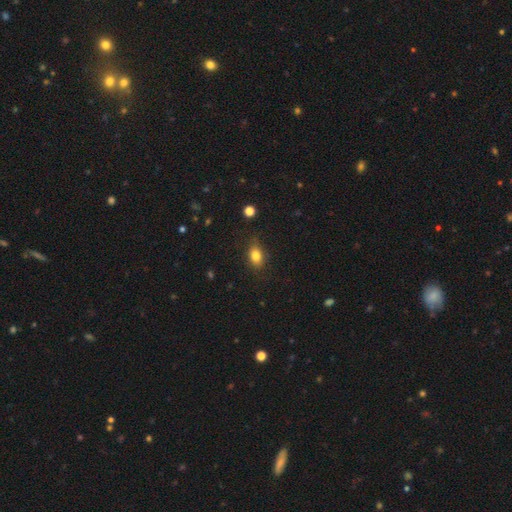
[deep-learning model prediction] Smooth or featured?
  - smooth: 81% *
  - star or artifact: 10%
  - featured or disk: 9%
How rounded?
  - in between: 77% *
  - round: 20%
  - cigar-shaped: 3%
Merging?
  - none: 79% *
  - minor disturbance: 17%
  - major disturbance: 4%
  - merger: 1%